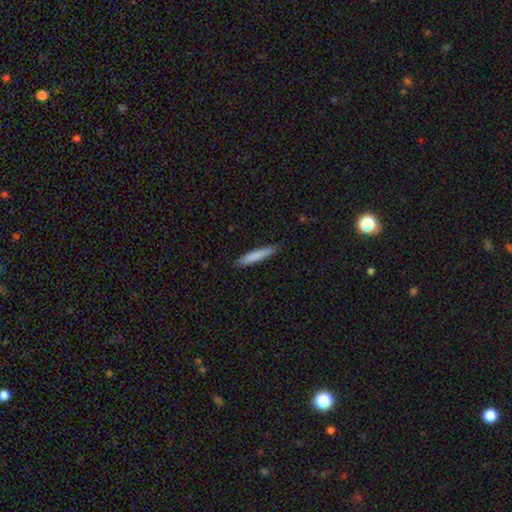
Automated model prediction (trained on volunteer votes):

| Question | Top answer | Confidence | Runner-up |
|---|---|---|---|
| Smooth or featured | smooth | 81% | featured or disk (13%) |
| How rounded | cigar-shaped | 92% | in between (7%) |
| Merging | none | 88% | minor disturbance (9%) |